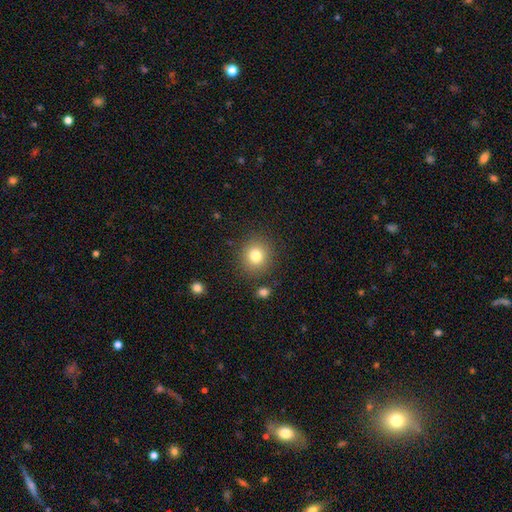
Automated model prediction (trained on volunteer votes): Smooth or featured: smooth — 80% (star or artifact — 12%)
How rounded: round — 87% (in between — 12%)
Merging: none — 86% (minor disturbance — 8%)